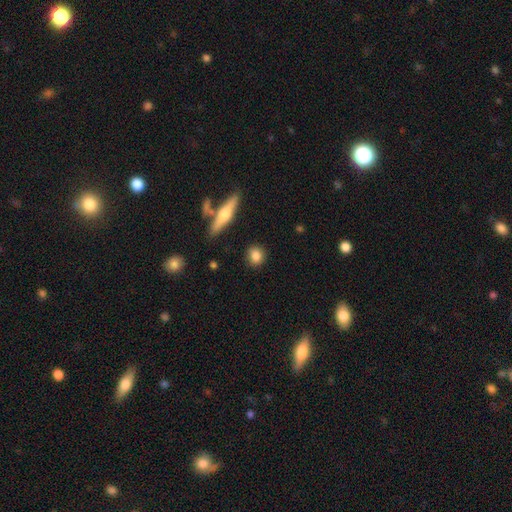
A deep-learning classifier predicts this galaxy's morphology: A smooth galaxy with no disk features (83%) that is round (78%).

Vote fractions:
- Smooth or featured? smooth: 83% / featured or disk: 10% / star or artifact: 7%
- How rounded? round: 78% / in between: 18% / cigar-shaped: 4%
- Merging? none: 87% / minor disturbance: 8% / major disturbance: 2% / merger: 2%